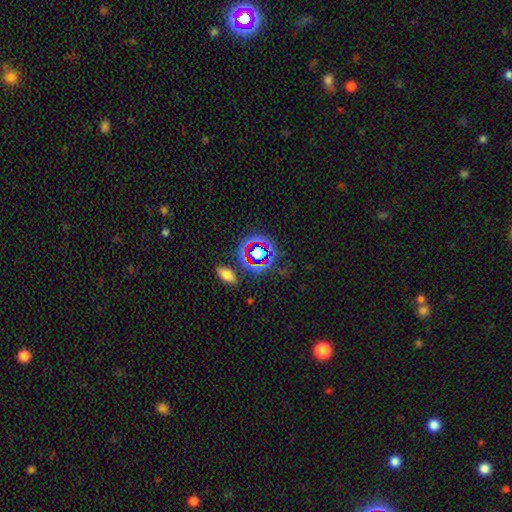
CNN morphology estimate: Q: Smooth or featured?
A: star or artifact (53%); runner-up: smooth (34%)